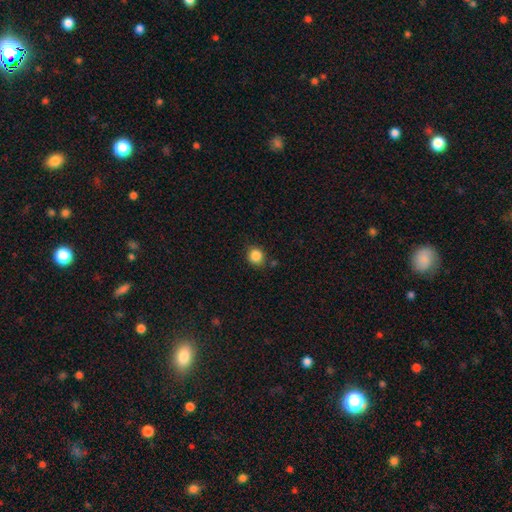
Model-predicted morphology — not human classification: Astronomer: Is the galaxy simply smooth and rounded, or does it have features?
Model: smooth — 86%.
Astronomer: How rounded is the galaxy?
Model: round — 86%.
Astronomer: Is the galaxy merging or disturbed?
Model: none — 82%.